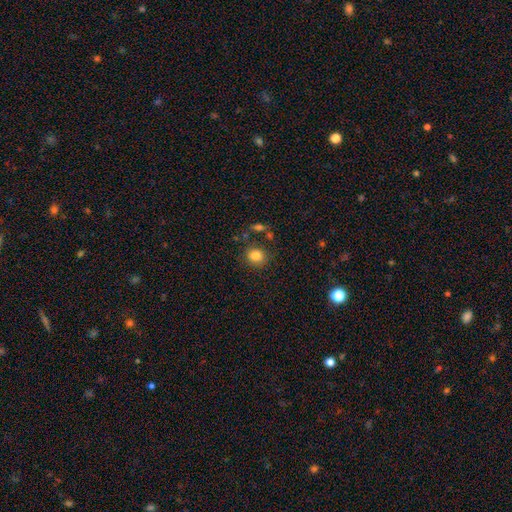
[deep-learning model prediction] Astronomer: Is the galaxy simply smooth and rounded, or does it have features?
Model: smooth — 83%.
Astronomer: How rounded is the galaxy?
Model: round — 79%.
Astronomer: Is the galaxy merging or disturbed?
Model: none — 79%.